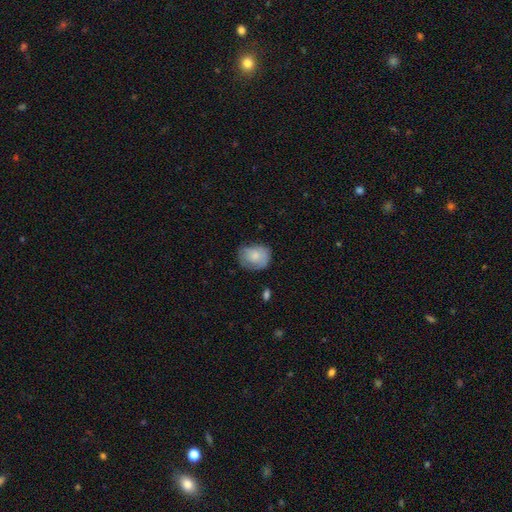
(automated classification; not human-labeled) The model was most divided on "how rounded": round: 57%, in between: 42%, cigar-shaped: 1%. More confident: smooth or featured — smooth (76%); merging — none (57%).